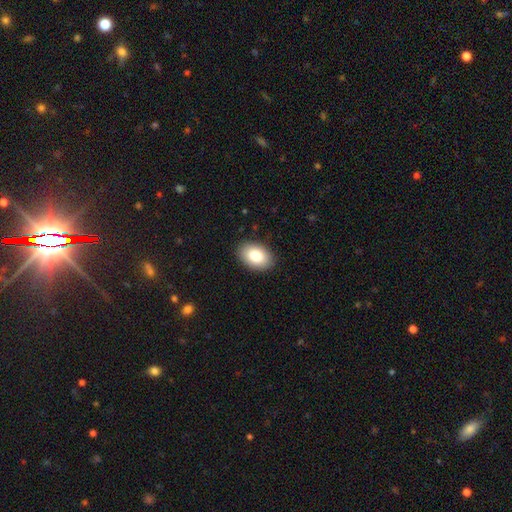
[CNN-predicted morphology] Overall: smooth (84%). How rounded: in between (89%). Merging: none (89%).